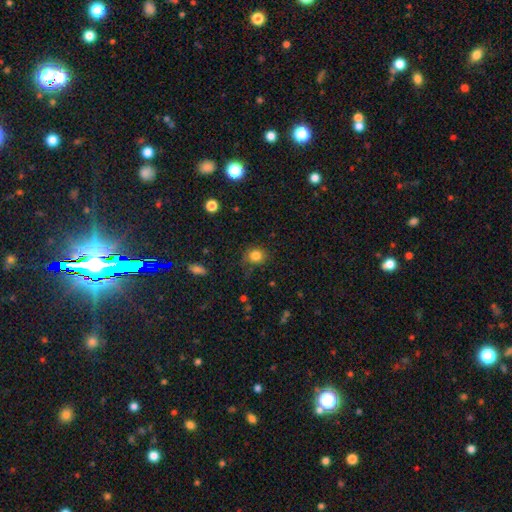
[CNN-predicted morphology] A smooth galaxy with no disk features (81%) that is round (78%). Merging: none (73%).